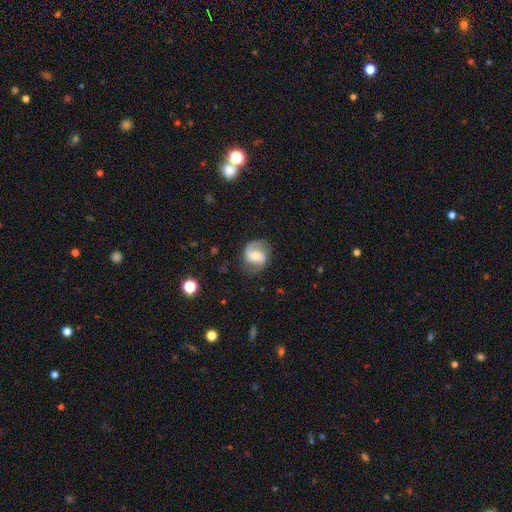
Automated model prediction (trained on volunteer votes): A featured or disk galaxy (77%) with a weak bar (45%), 2 (83%) medium (46%) spiral arms (94%) and a moderate central bulge (50%).

Vote fractions:
- Smooth or featured? featured or disk: 77% / smooth: 17% / star or artifact: 6%
- Edge-on disk? no: 98% / yes: 2%
- Bar? weak: 45% / no: 32% / strong: 22%
- Spiral arms? yes: 94% / no: 6%
- Spiral winding? medium: 46% / loose: 35% / tight: 18%
- Spiral arm count? 2: 83% / 1: 10% / can't tell: 4% / 3: 1% / 4: 1% / more than 4: 1%
- Bulge size? moderate: 50% / small: 41% / large: 4% / none: 4% / dominant: 1%
- Merging? none: 74% / minor disturbance: 17% / major disturbance: 8% / merger: 1%